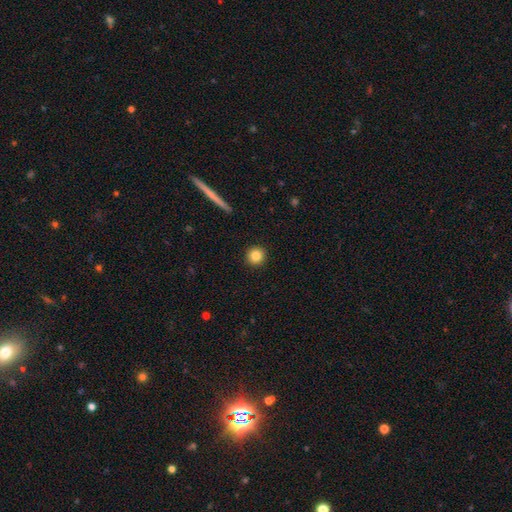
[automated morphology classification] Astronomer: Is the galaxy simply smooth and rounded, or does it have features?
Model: smooth — 84%.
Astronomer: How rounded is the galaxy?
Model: round — 94%.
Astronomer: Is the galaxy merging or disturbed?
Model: none — 93%.